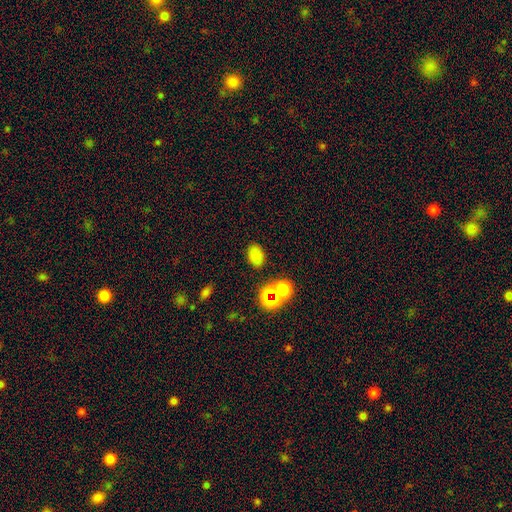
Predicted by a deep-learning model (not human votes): This appears to be a smooth galaxy with no disk features (78%) that is in between round and cigar-shaped (83%). Merging: none (81%).